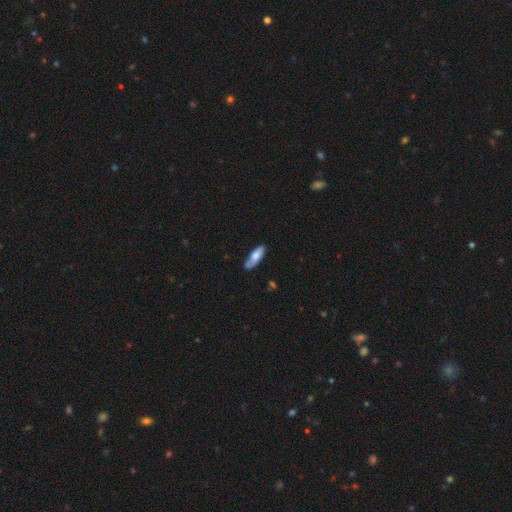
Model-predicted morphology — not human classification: A smooth galaxy with no disk features (69%) that is in between round and cigar-shaped (62%).

Vote fractions:
- Smooth or featured? smooth: 69% / featured or disk: 25% / star or artifact: 6%
- How rounded? in between: 62% / cigar-shaped: 36% / round: 2%
- Merging? none: 69% / minor disturbance: 22% / major disturbance: 5% / merger: 4%